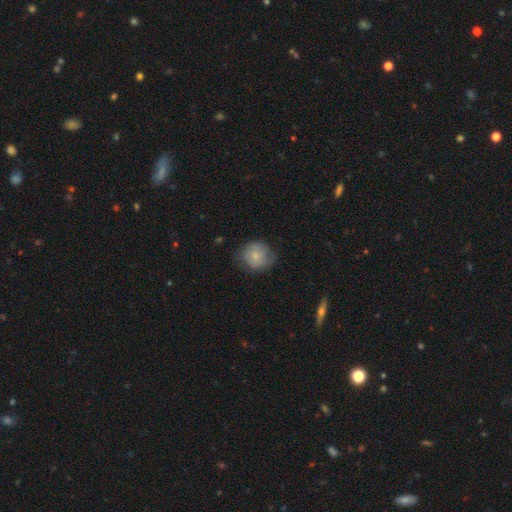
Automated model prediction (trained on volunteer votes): Overall: smooth (72%). How rounded: round (85%). Merging: none (66%).